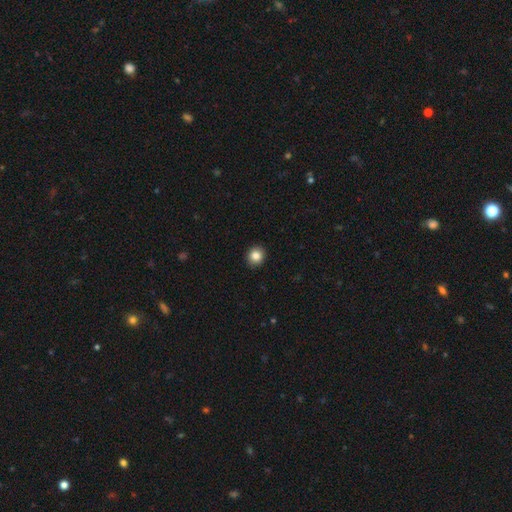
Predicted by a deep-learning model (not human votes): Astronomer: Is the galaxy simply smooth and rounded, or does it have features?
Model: smooth — 84%.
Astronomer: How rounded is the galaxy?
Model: round — 85%.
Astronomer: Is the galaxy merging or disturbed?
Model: none — 92%.